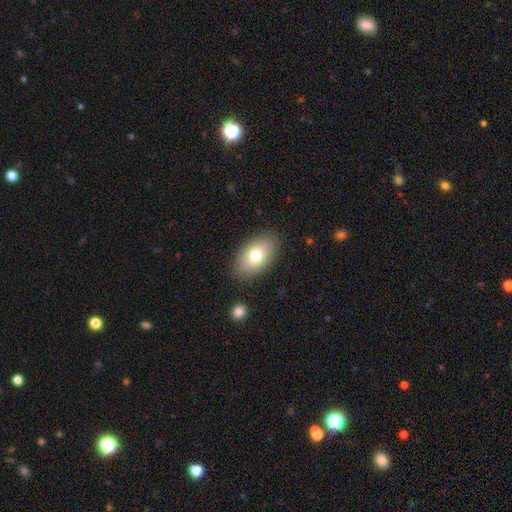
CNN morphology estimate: The model was most divided on "smooth or featured": smooth: 76%, featured or disk: 17%, star or artifact: 8%. More confident: how rounded — in between (92%); merging — none (85%).